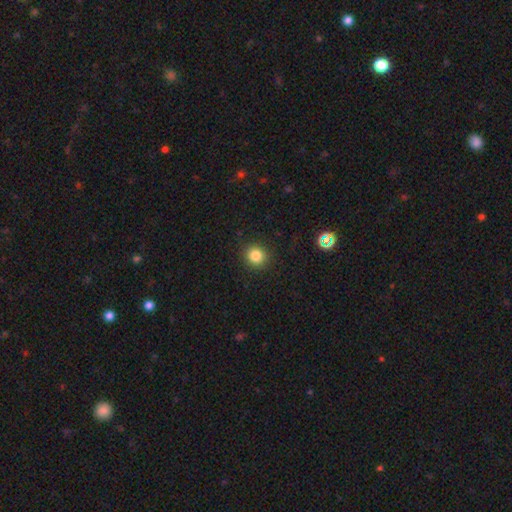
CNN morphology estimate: The model was most divided on "smooth or featured": smooth: 83%, star or artifact: 12%, featured or disk: 4%. More confident: merging — none (90%); how rounded — round (89%).